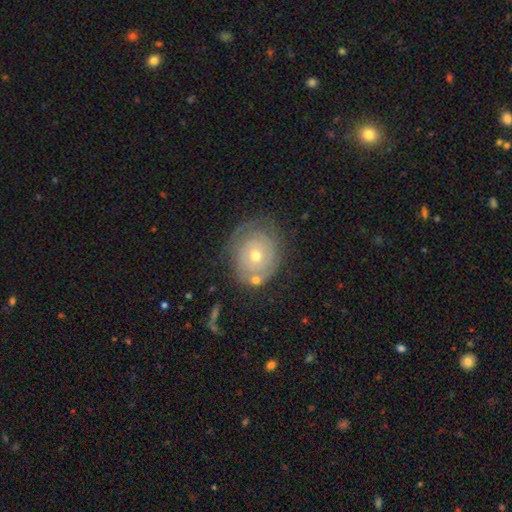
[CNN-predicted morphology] smooth_or_featured: featured or disk (p=0.67) [alt: smooth p=0.25]
disk_edge_on: no (p=0.96) [alt: yes p=0.04]
bar: no (p=0.87) [alt: weak p=0.11]
has_spiral_arms: yes (p=0.75) [alt: no p=0.25]
bulge_size: moderate (p=0.54) [alt: small p=0.42]
merging: none (p=0.67) [alt: minor disturbance p=0.19]